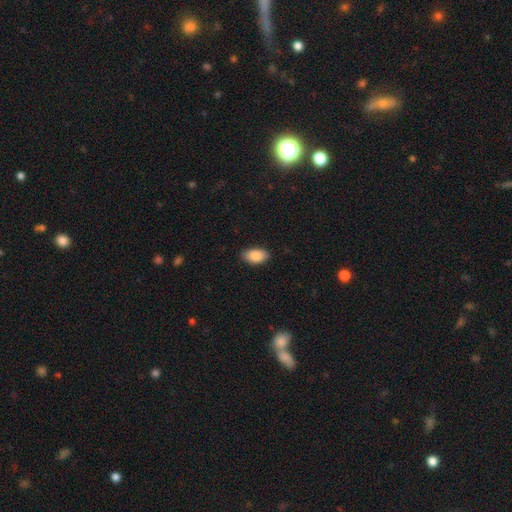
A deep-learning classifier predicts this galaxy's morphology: smooth-or-featured: smooth: 88% | star or artifact: 7% | featured or disk: 5%
  how-rounded: in between: 94% | round: 4% | cigar-shaped: 2%
  merging: none: 87% | minor disturbance: 10% | major disturbance: 2% | merger: 1%